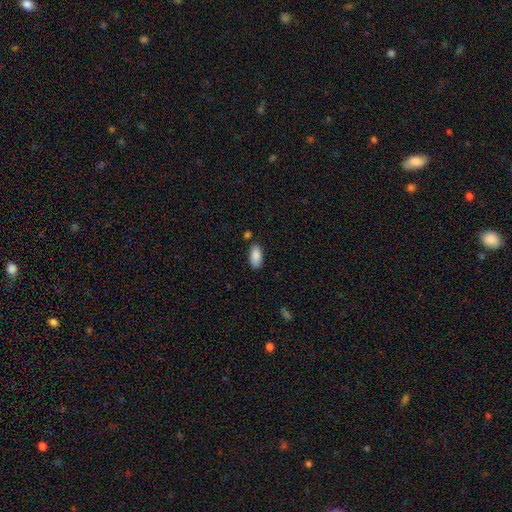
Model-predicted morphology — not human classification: smooth_or_featured: smooth (p=0.89) [alt: star or artifact p=0.06]
how_rounded: in between (p=0.90) [alt: cigar-shaped p=0.08]
merging: none (p=0.81) [alt: minor disturbance p=0.12]